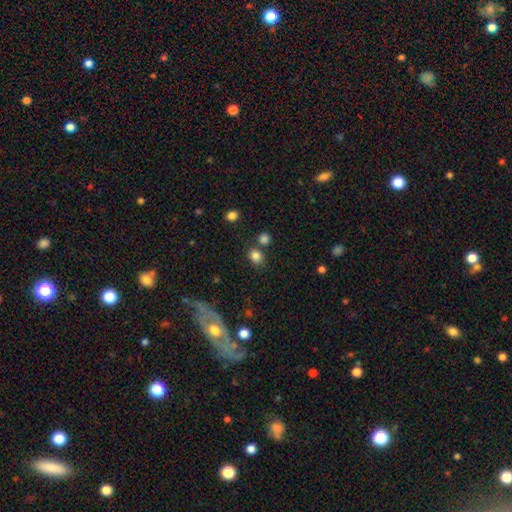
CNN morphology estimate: smooth-or-featured: smooth: 83% | star or artifact: 11% | featured or disk: 5%
  how-rounded: round: 58% | in between: 41% | cigar-shaped: 1%
  merging: none: 71% | merger: 14% | minor disturbance: 11% | major disturbance: 4%